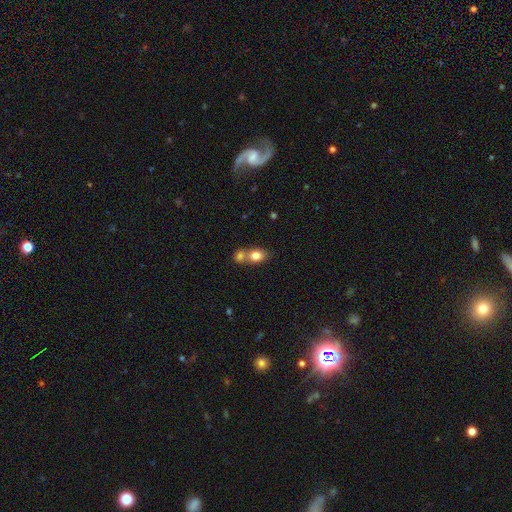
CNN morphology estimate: A smooth galaxy with no disk features (80%) that is in between round and cigar-shaped (56%).

Vote fractions:
- Smooth or featured? smooth: 80% / featured or disk: 11% / star or artifact: 9%
- How rounded? in between: 56% / round: 42% / cigar-shaped: 2%
- Merging? merger: 57% / none: 32% / minor disturbance: 8% / major disturbance: 3%